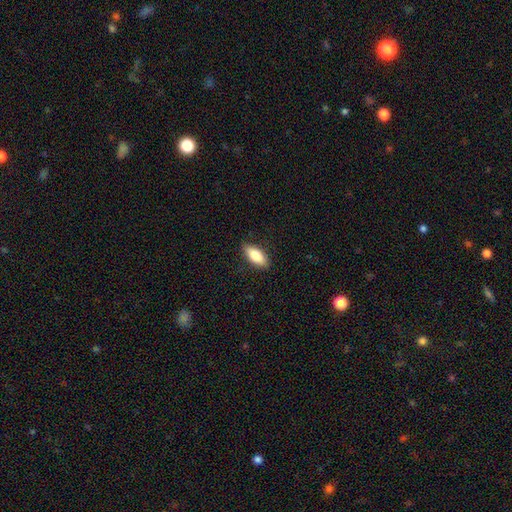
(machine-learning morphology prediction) smooth_or_featured: smooth (p=0.82) [alt: featured or disk p=0.12]
how_rounded: in between (p=0.82) [alt: cigar-shaped p=0.16]
merging: none (p=0.86) [alt: minor disturbance p=0.11]